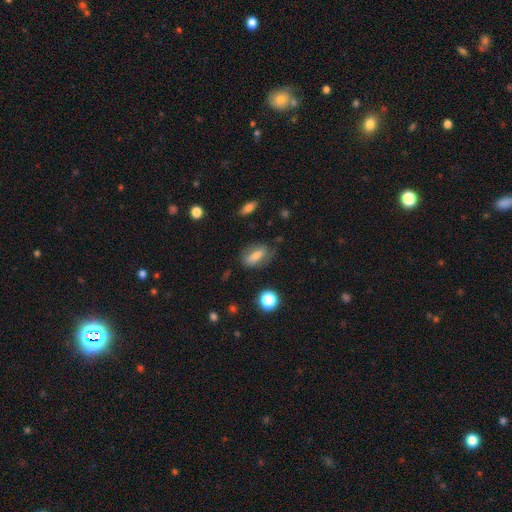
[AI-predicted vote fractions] This appears to be a smooth galaxy with no disk features (66%) that is in between round and cigar-shaped (76%). Merging: none (65%).